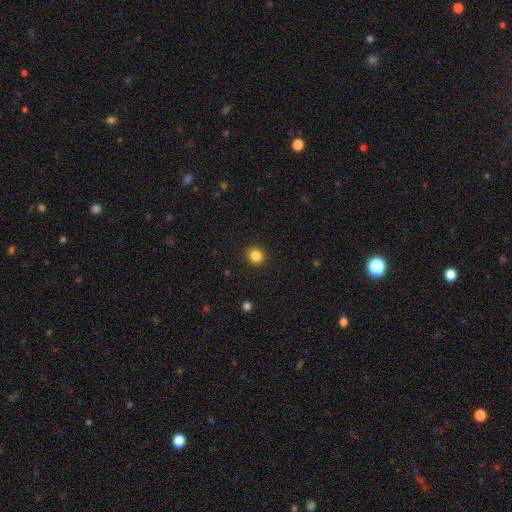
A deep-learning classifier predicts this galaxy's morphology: A smooth galaxy with no disk features (84%) that is round (86%). Merging: none (92%).